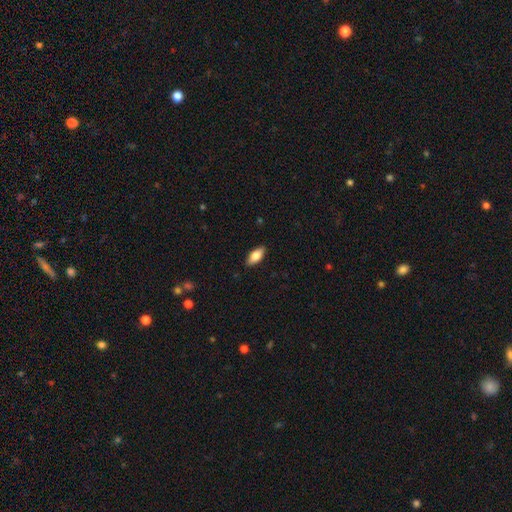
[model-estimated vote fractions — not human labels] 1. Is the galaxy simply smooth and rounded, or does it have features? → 77% smooth, 16% featured or disk, 6% star or artifact.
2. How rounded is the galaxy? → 85% in between, 12% cigar-shaped, 2% round.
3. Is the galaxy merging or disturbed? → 88% none, 9% minor disturbance, 2% major disturbance, 1% merger.